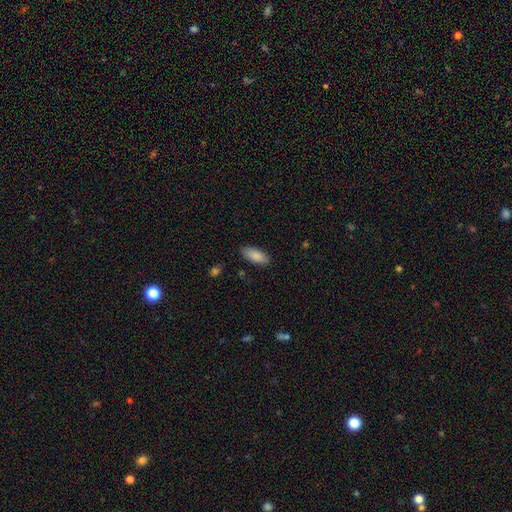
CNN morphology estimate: This is clearly a smooth galaxy (88%). How rounded: clearly in between (85%). Merging: clearly none (87%).